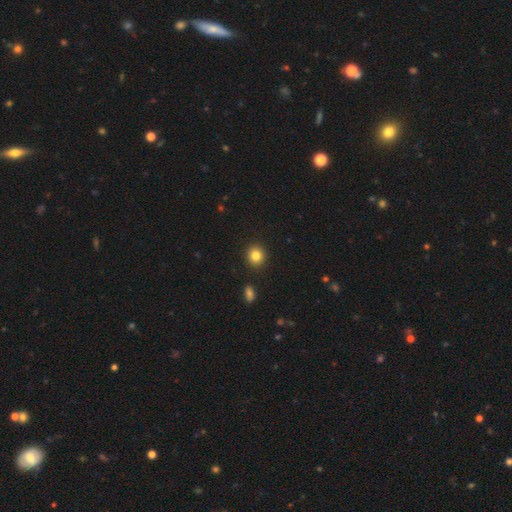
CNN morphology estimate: Q: Smooth or featured?
A: smooth (83%); runner-up: star or artifact (11%)
Q: How rounded?
A: round (86%); runner-up: in between (13%)
Q: Merging?
A: none (91%); runner-up: minor disturbance (5%)